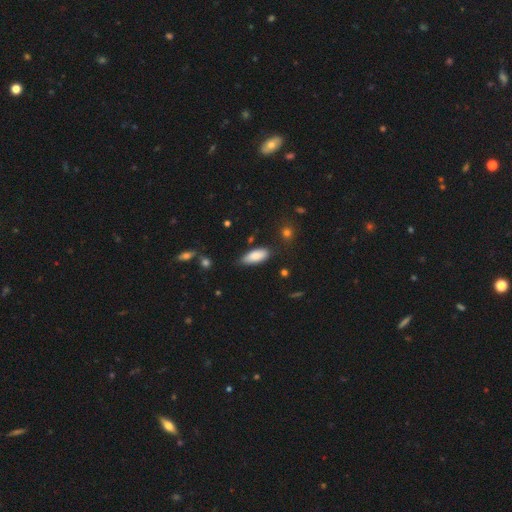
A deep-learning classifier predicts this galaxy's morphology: This is clearly a smooth galaxy (85%). How rounded: clearly in between (81%). Merging: likely none (73%).